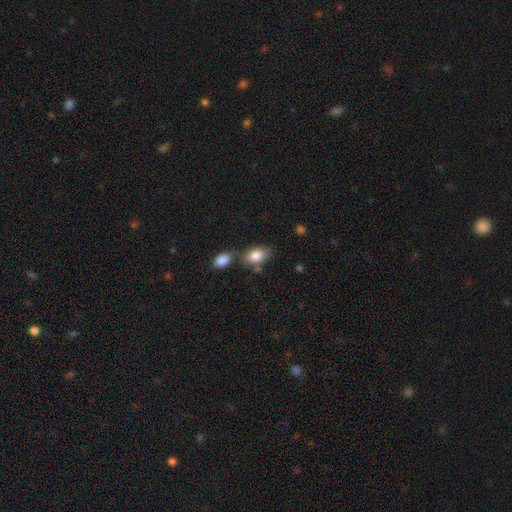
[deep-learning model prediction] This is clearly a smooth galaxy (81%). How rounded: clearly in between (85%). Merging: possibly none (54%).